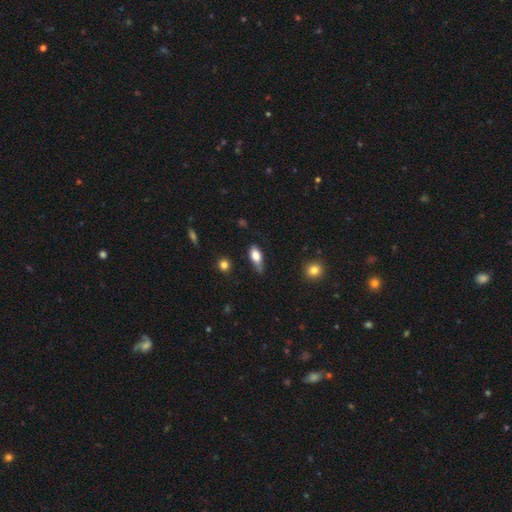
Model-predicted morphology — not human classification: Overall: smooth (75%). How rounded: in between (82%). Merging: none (57%; minor disturbance 32%).